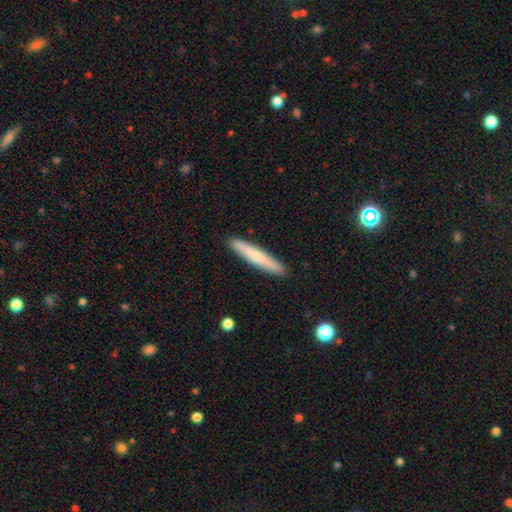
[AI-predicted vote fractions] Overall: smooth (64%; featured or disk 31%). How rounded: cigar-shaped (93%). Merging: none (91%).